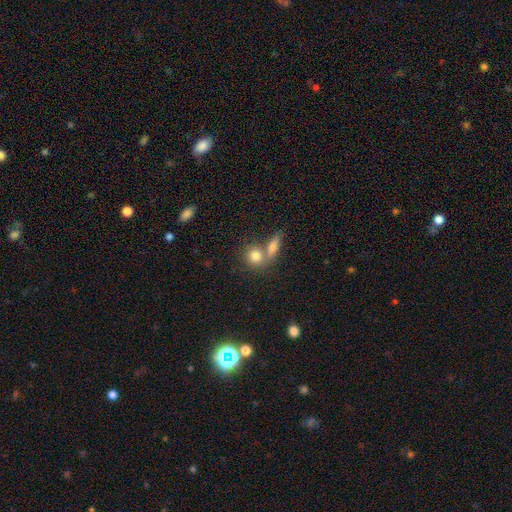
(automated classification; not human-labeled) Smooth or featured? Predicted: smooth (p=0.78). How rounded? Predicted: round (p=0.67). Merging? Predicted: merger (p=0.47).